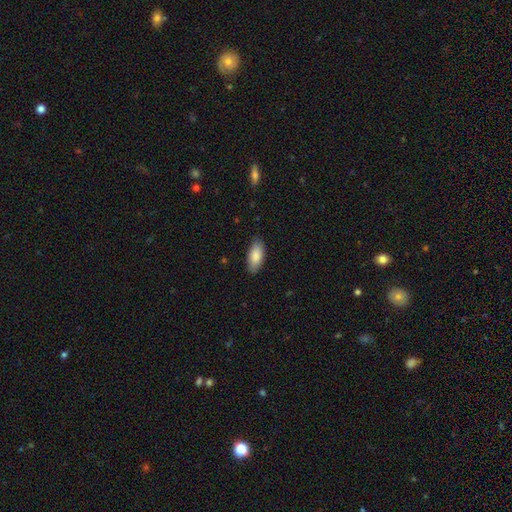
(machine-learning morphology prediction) A smooth galaxy with no disk features (87%) that is in between round and cigar-shaped (88%). Merging: none (86%).